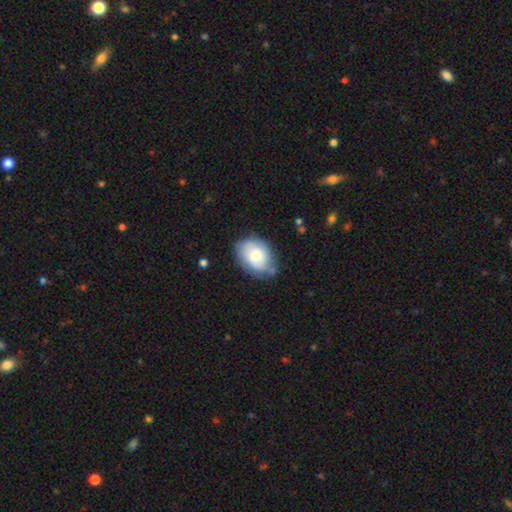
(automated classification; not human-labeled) Q: Smooth or featured?
A: smooth (69%); runner-up: featured or disk (24%)
Q: How rounded?
A: in between (76%); runner-up: round (22%)
Q: Merging?
A: none (62%); runner-up: minor disturbance (27%)